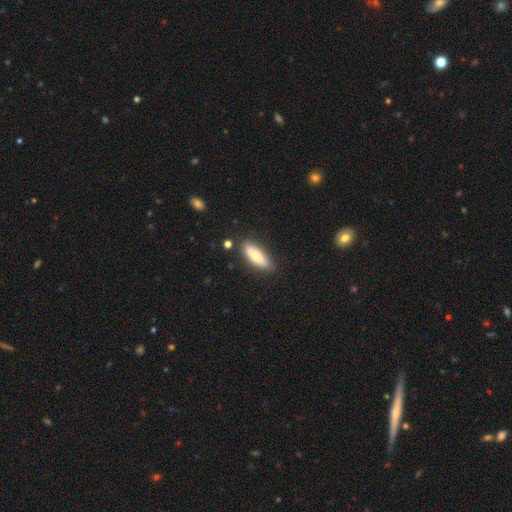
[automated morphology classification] This is likely a smooth galaxy (77%). How rounded: possibly in between (56%). Merging: clearly none (83%).